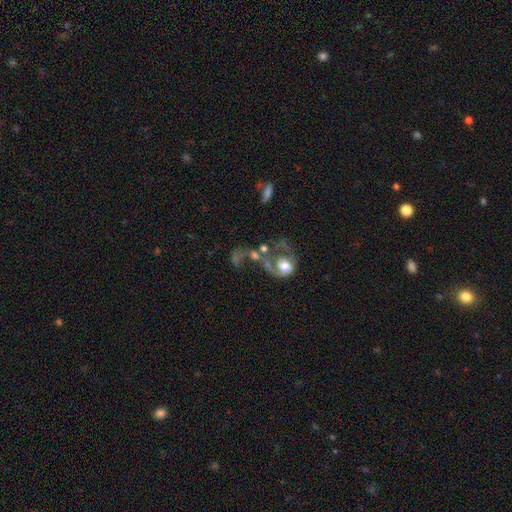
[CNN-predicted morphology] A featured or disk galaxy (52%). Merging: merger (43%).